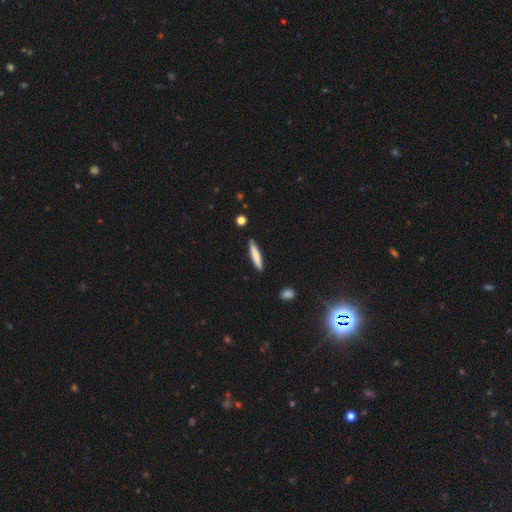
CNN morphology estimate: type=smooth (76%); roundness=cigar-shaped (90%); merging=none (87%).